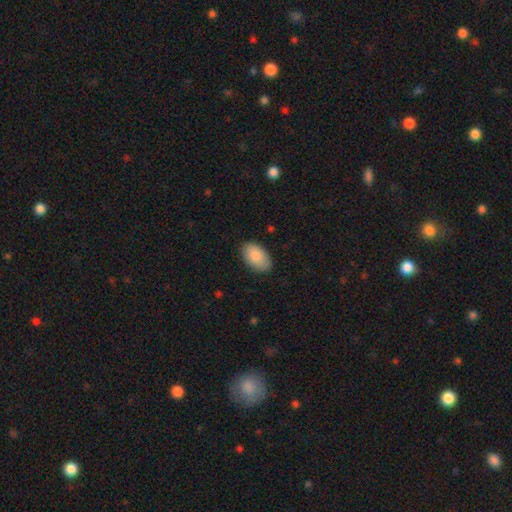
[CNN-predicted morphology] smooth-or-featured: smooth: 88% | featured or disk: 6% | star or artifact: 6%
  how-rounded: in between: 94% | round: 5% | cigar-shaped: 1%
  merging: none: 85% | minor disturbance: 12% | major disturbance: 2% | merger: 1%